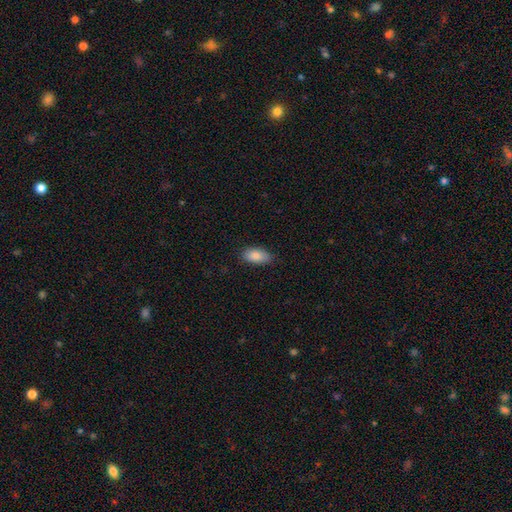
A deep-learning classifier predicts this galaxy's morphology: A smooth galaxy with no disk features (85%) that is in between round and cigar-shaped (92%).

Vote fractions:
- Smooth or featured? smooth: 85% / featured or disk: 8% / star or artifact: 7%
- How rounded? in between: 92% / cigar-shaped: 5% / round: 3%
- Merging? none: 84% / minor disturbance: 13% / major disturbance: 2% / merger: 1%